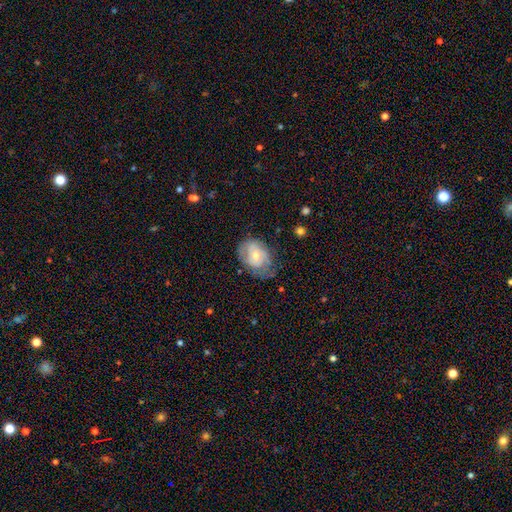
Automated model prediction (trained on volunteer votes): Overall: featured or disk (60%; smooth 33%). Edge-on disk: no (97%). Bar: no (65%; weak 30%). Spiral arms: yes (79%). Bulge size: small (50%; moderate 44%). Merging: none (53%; minor disturbance 31%).